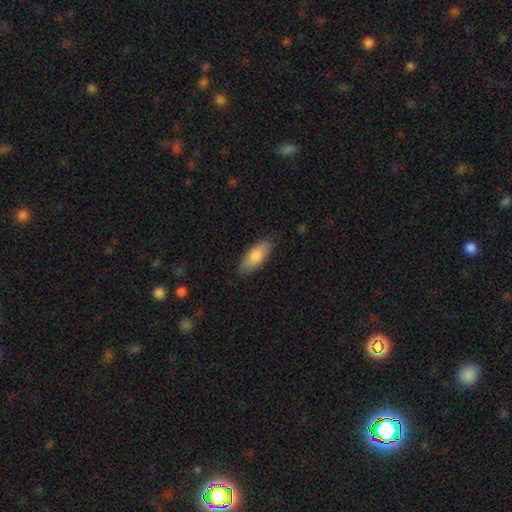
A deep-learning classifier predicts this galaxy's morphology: smooth 83%, featured or disk 12%, star or artifact 5%. Down the decision tree: how rounded — in between (82%); merging — none (83%).